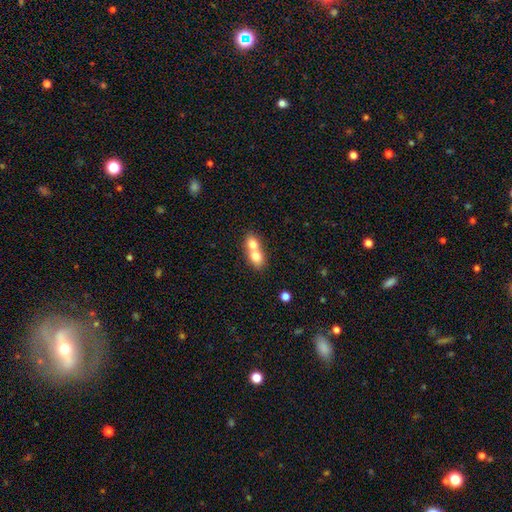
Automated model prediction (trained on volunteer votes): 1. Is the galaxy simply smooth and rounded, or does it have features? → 73% smooth, 19% featured or disk, 8% star or artifact.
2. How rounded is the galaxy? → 56% in between, 42% round, 2% cigar-shaped.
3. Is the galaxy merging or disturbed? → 77% merger, 16% none, 4% minor disturbance, 2% major disturbance.